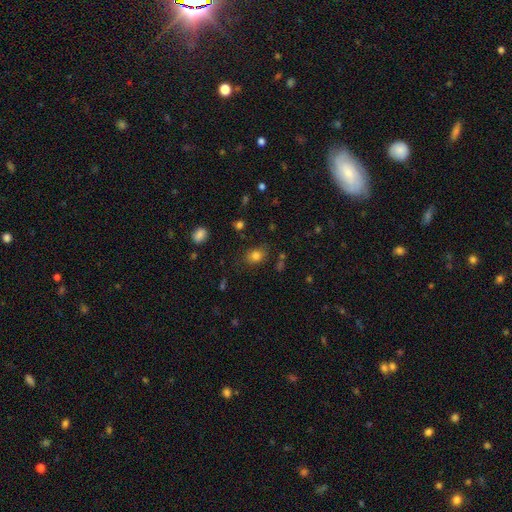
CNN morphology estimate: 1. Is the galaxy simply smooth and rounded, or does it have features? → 81% smooth, 12% star or artifact, 7% featured or disk.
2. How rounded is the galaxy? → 56% in between, 43% round, 1% cigar-shaped.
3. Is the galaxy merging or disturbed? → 78% none, 15% minor disturbance, 4% major disturbance, 3% merger.